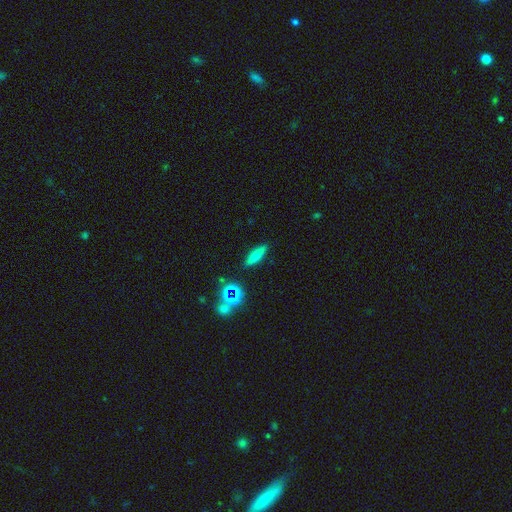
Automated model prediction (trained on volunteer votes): smooth_or_featured: smooth (p=0.64) [alt: featured or disk p=0.21]
how_rounded: cigar-shaped (p=0.71) [alt: in between p=0.25]
merging: none (p=0.87) [alt: minor disturbance p=0.08]